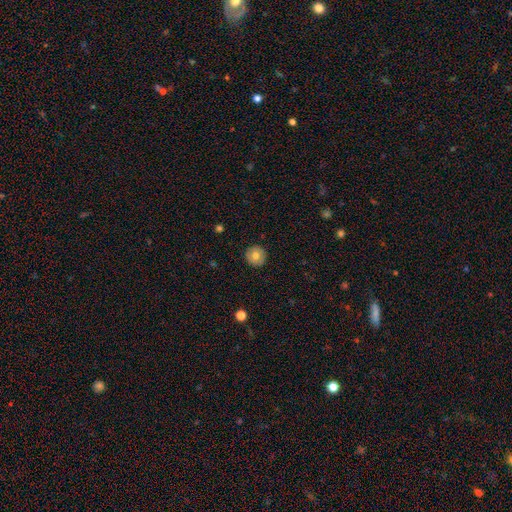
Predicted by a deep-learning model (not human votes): This is likely a smooth galaxy (70%). How rounded: clearly round (94%). Merging: clearly none (90%).